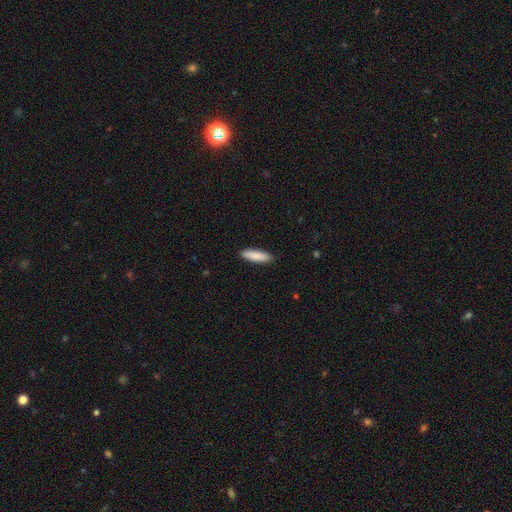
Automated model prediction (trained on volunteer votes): smooth_or_featured: smooth (p=0.87) [alt: featured or disk p=0.07]
how_rounded: cigar-shaped (p=0.66) [alt: in between p=0.33]
merging: none (p=0.90) [alt: minor disturbance p=0.07]